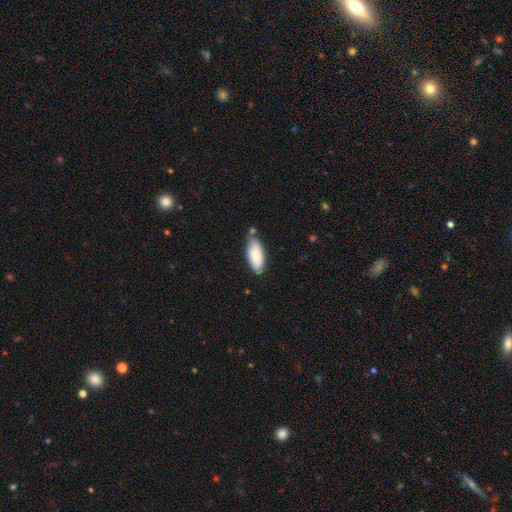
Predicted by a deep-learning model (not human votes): Smooth or featured: smooth — 81% (featured or disk — 13%)
How rounded: in between — 82% (cigar-shaped — 17%)
Merging: none — 62% (minor disturbance — 23%)